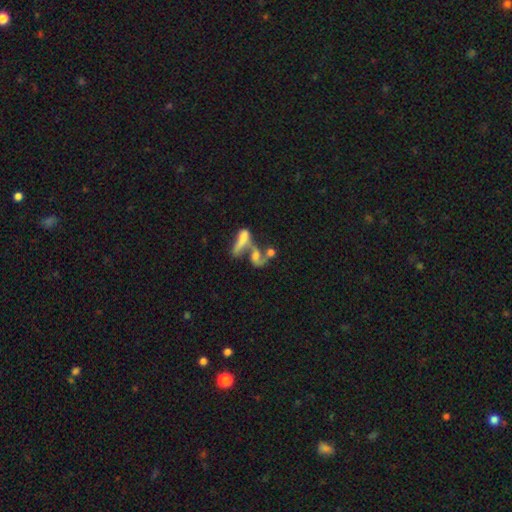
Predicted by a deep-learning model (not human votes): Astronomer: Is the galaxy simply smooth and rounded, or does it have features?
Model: smooth — 38% (runner-up: featured or disk, 35%).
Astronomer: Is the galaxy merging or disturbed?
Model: merger — 40%, tied with none at 40%.